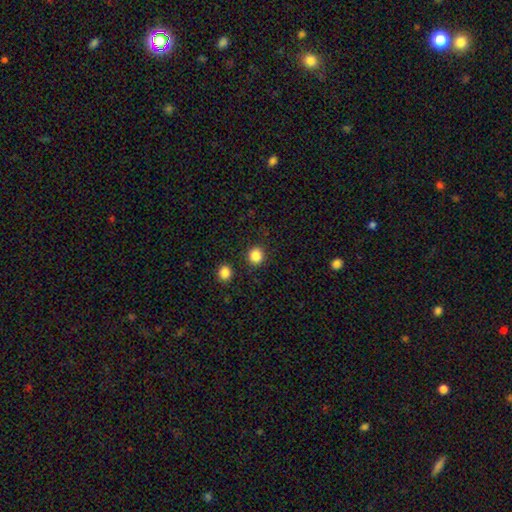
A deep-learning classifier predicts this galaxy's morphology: This appears to be a smooth galaxy with no disk features (85%) that is round (90%). Merging: none (90%).